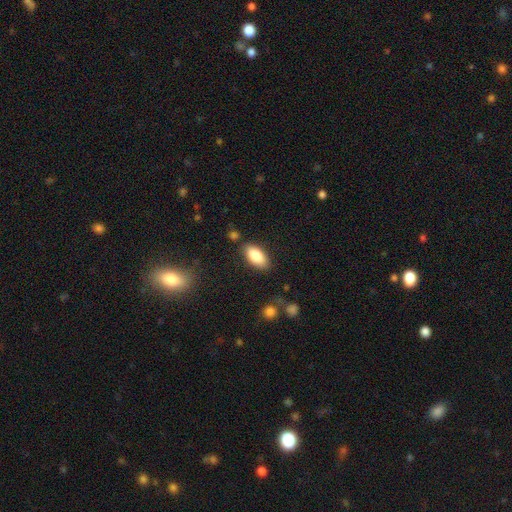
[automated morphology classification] A smooth galaxy with no disk features (85%) that is in between round and cigar-shaped (91%).

Vote fractions:
- Smooth or featured? smooth: 85% / featured or disk: 8% / star or artifact: 7%
- How rounded? in between: 91% / cigar-shaped: 7% / round: 3%
- Merging? none: 83% / minor disturbance: 12% / major disturbance: 3% / merger: 3%